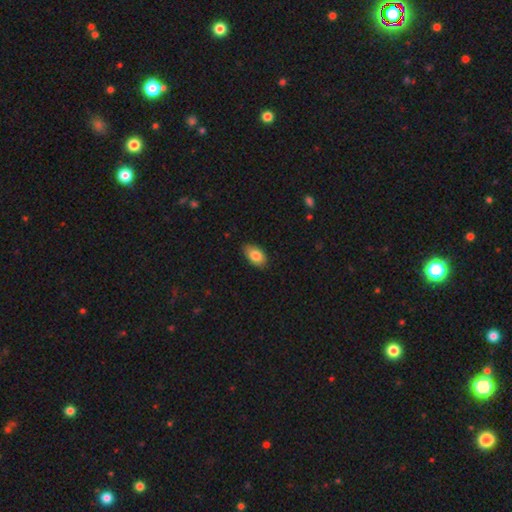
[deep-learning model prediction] Morphology: type=smooth (83%); roundness=in between (92%); merging=none (83%).